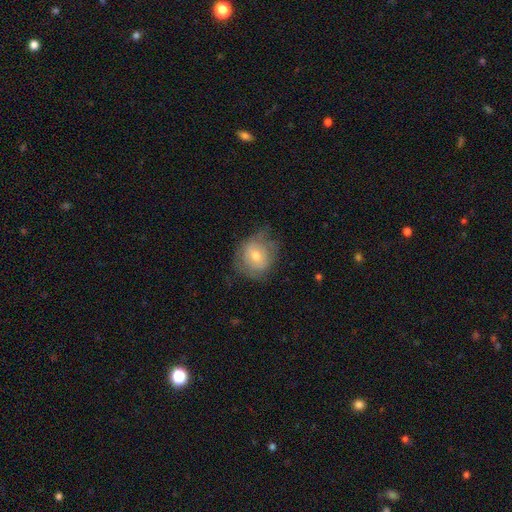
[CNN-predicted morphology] This appears to be a smooth galaxy with no disk features (53%) that is round (76%). Merging: none (52%).